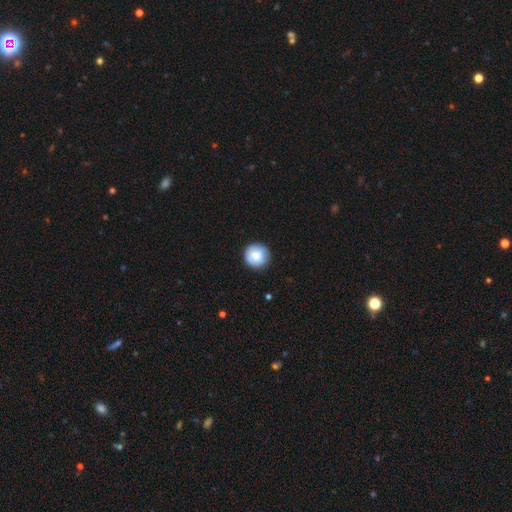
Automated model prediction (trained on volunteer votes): Smooth or featured: smooth — 82% (featured or disk — 11%)
How rounded: round — 95% (in between — 4%)
Merging: none — 88% (minor disturbance — 9%)